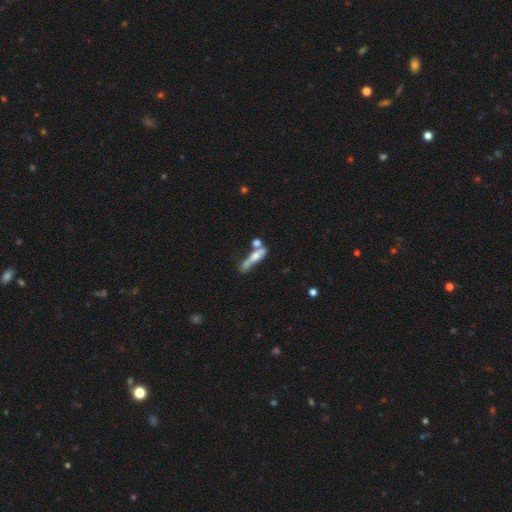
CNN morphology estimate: smooth-or-featured: smooth: 47% | featured or disk: 43% | star or artifact: 10%
  merging: merger: 42% | none: 28% | minor disturbance: 15% | major disturbance: 15%